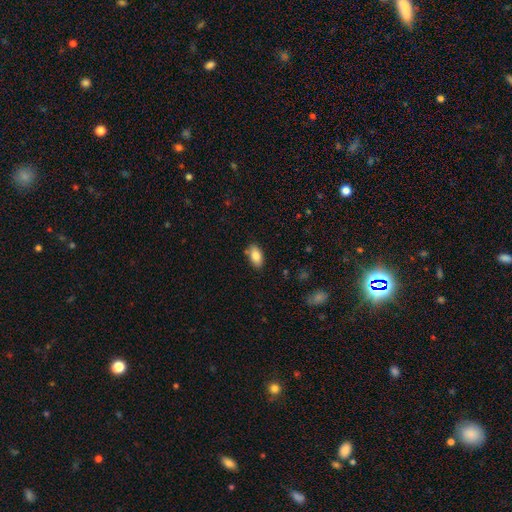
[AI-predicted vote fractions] smooth-or-featured: smooth: 84% | featured or disk: 9% | star or artifact: 7%
  how-rounded: in between: 92% | cigar-shaped: 4% | round: 3%
  merging: none: 81% | minor disturbance: 12% | merger: 4% | major disturbance: 2%